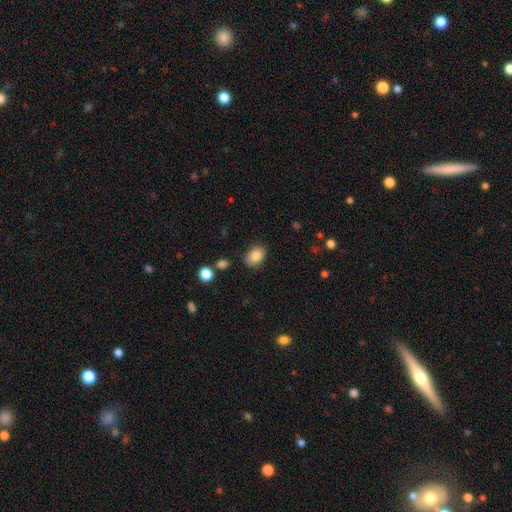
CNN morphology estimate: smooth 84%, star or artifact 9%, featured or disk 8%. Down the decision tree: how rounded — in between (72%); merging — none (82%).